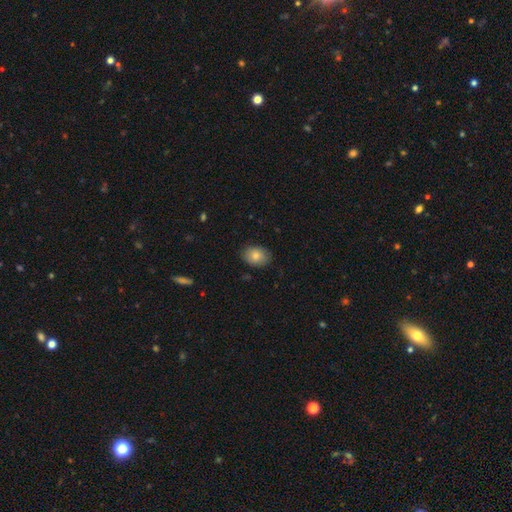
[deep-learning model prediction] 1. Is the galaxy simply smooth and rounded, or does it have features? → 82% smooth, 10% featured or disk, 8% star or artifact.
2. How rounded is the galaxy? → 71% in between, 27% round, 1% cigar-shaped.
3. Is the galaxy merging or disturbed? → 85% none, 12% minor disturbance, 2% major disturbance, 1% merger.